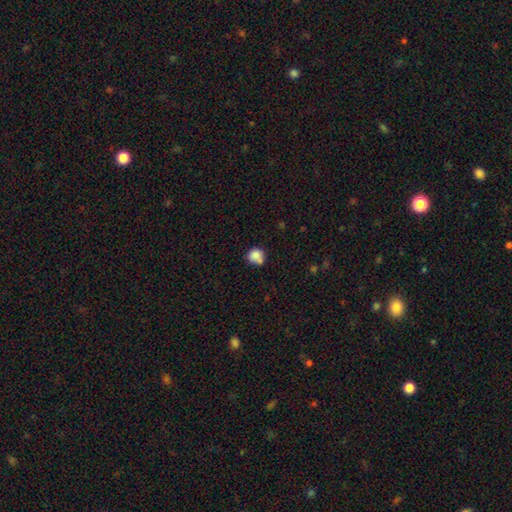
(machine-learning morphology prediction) smooth 82%, star or artifact 10%, featured or disk 8%. Down the decision tree: how rounded — round (82%); merging — none (53%).